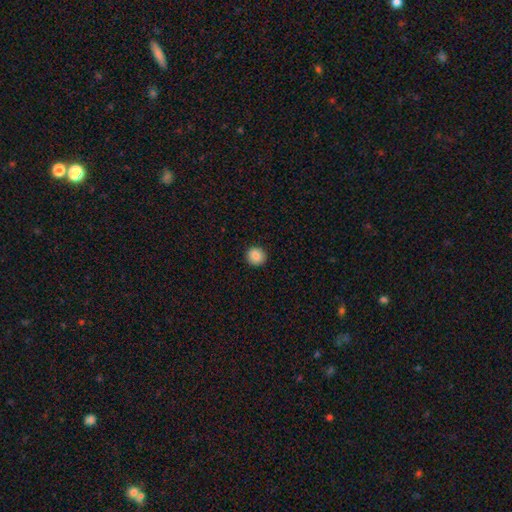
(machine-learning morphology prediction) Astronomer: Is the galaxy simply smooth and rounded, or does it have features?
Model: smooth — 87%.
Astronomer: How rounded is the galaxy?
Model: round — 93%.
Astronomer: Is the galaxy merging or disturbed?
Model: none — 93%.